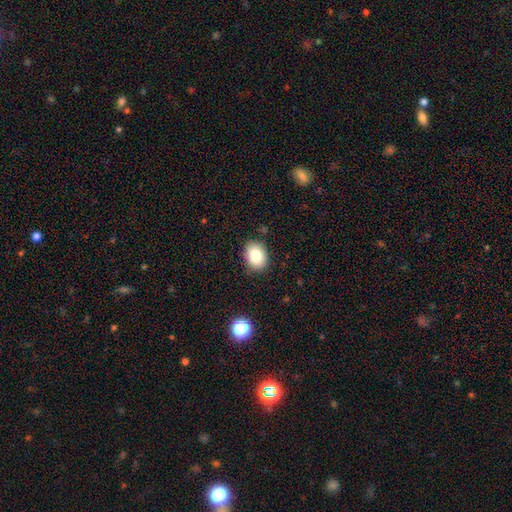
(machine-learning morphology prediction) A smooth galaxy with no disk features (83%) that is in between round and cigar-shaped (68%). Merging: none (86%).